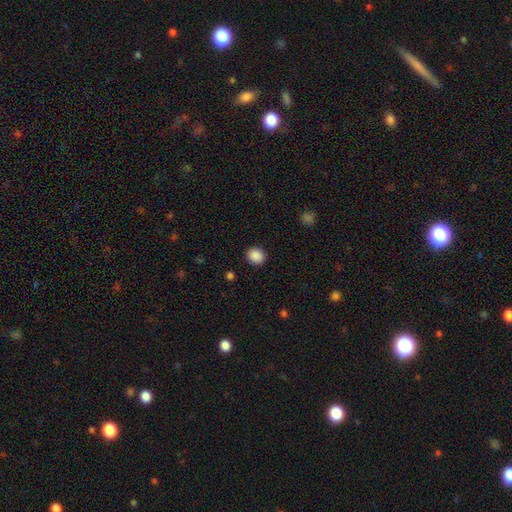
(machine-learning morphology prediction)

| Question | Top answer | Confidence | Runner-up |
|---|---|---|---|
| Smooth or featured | smooth | 89% | star or artifact (9%) |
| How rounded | round | 73% | in between (26%) |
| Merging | none | 89% | minor disturbance (7%) |